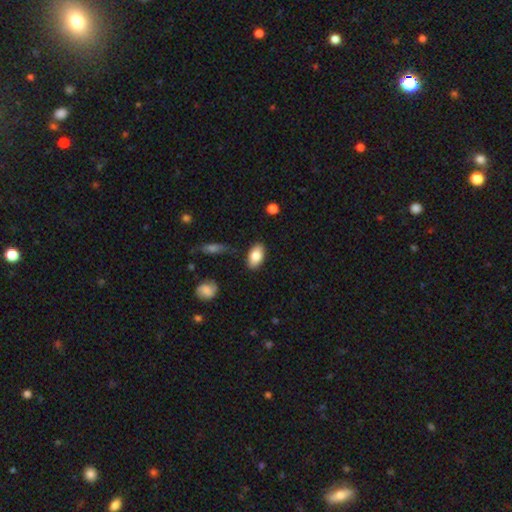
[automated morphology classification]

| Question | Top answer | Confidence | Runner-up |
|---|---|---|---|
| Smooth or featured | smooth | 81% | featured or disk (13%) |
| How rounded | in between | 93% | round (5%) |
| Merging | none | 85% | minor disturbance (10%) |